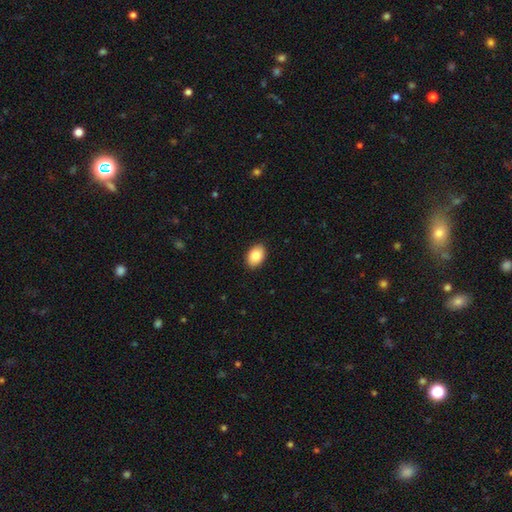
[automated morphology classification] This appears to be a smooth galaxy with no disk features (87%) that is in between round and cigar-shaped (86%). Merging: none (90%).